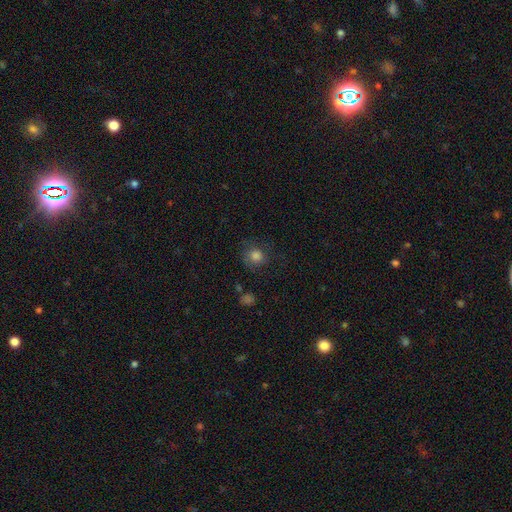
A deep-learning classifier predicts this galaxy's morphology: Smooth or featured?
  - smooth: 78% *
  - star or artifact: 12%
  - featured or disk: 10%
How rounded?
  - round: 85% *
  - in between: 14%
  - cigar-shaped: 1%
Merging?
  - none: 72% *
  - minor disturbance: 17%
  - major disturbance: 9%
  - merger: 2%